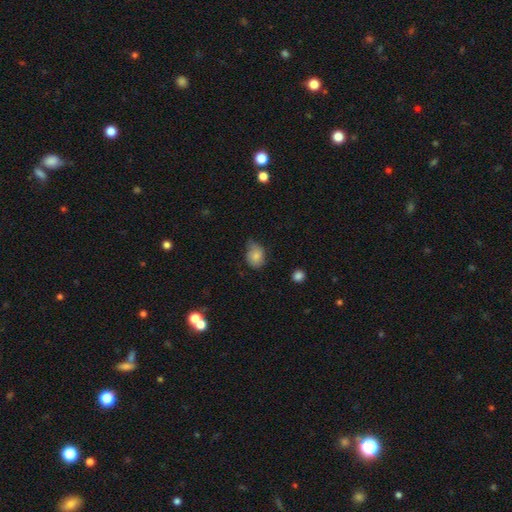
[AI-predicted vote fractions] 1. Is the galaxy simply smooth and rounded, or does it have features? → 80% smooth, 11% featured or disk, 9% star or artifact.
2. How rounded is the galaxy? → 62% in between, 37% round, 1% cigar-shaped.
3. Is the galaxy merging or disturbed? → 47% none, 41% minor disturbance, 10% major disturbance, 2% merger.